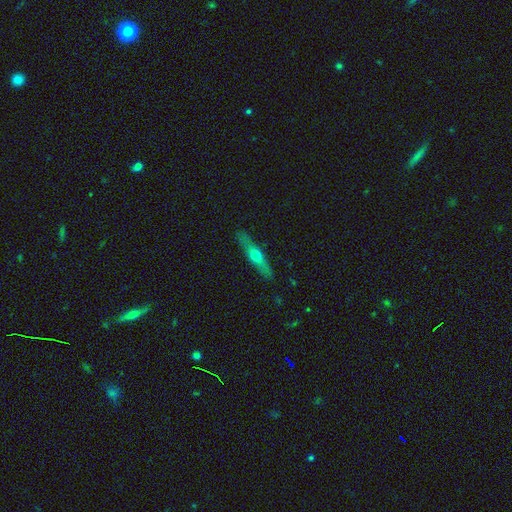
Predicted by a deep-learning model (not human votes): smooth_or_featured: featured or disk (p=0.53) [alt: smooth p=0.41]
disk_edge_on: yes (p=0.91) [alt: no p=0.09]
merging: none (p=0.88) [alt: minor disturbance p=0.09]